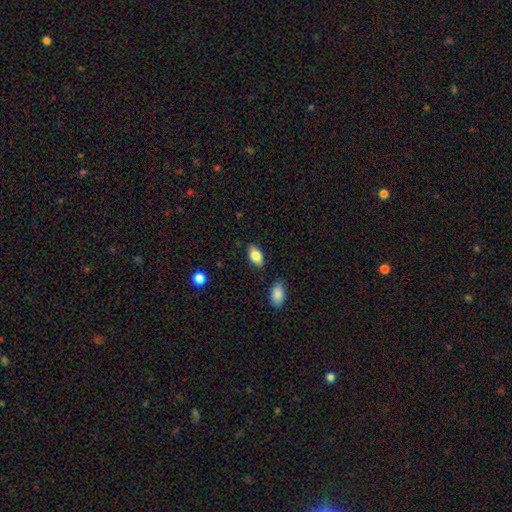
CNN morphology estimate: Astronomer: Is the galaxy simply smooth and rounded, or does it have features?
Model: smooth — 78%.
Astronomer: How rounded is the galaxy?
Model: in between — 89%.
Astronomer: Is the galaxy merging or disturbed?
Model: none — 84%.